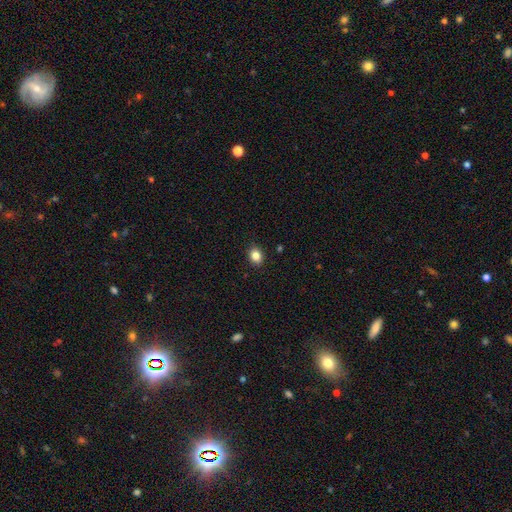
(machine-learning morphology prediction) This is clearly a smooth galaxy (84%). How rounded: possibly in between (54%). Merging: clearly none (89%).